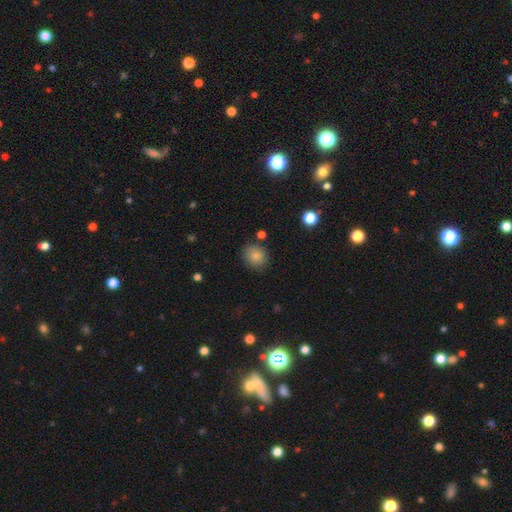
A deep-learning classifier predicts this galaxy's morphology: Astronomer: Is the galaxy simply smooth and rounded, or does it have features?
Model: smooth — 85%.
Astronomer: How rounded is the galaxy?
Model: round — 74%.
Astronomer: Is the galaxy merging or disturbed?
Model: none — 81%.